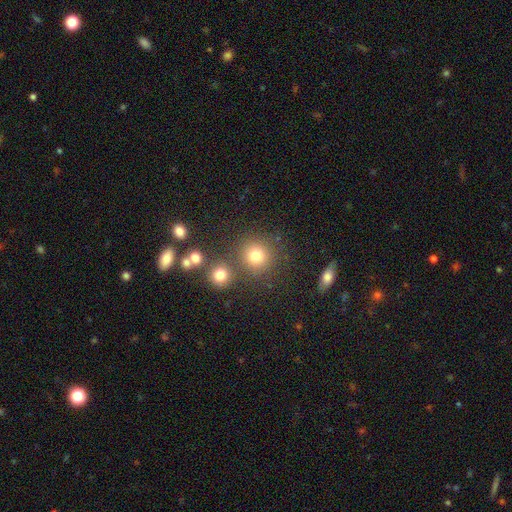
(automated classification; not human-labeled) Smooth or featured? smooth (78%)
How rounded? round (90%)
Merging? none (75%)